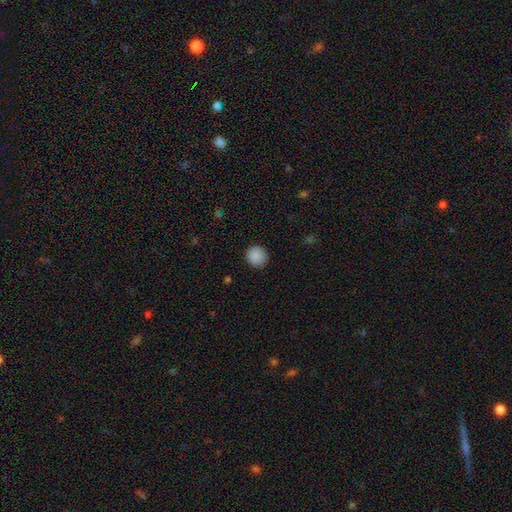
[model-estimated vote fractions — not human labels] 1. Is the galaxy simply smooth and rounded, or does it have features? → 89% smooth, 8% star or artifact, 3% featured or disk.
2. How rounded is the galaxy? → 92% round, 7% in between, 1% cigar-shaped.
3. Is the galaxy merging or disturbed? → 90% none, 7% minor disturbance, 2% major disturbance, 1% merger.